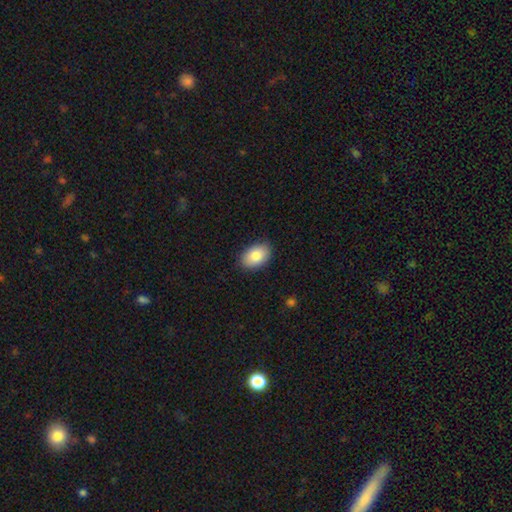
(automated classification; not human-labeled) Smooth or featured?
  - smooth: 83% *
  - featured or disk: 10%
  - star or artifact: 7%
How rounded?
  - in between: 87% *
  - round: 12%
  - cigar-shaped: 1%
Merging?
  - none: 87% *
  - minor disturbance: 10%
  - major disturbance: 2%
  - merger: 1%